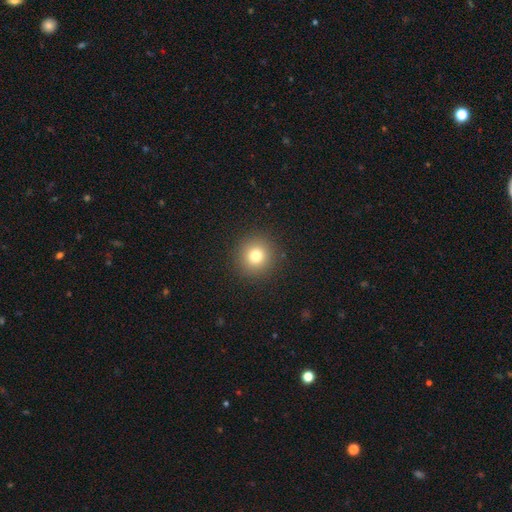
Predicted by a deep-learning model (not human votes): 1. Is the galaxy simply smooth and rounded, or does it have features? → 79% smooth, 13% star or artifact, 8% featured or disk.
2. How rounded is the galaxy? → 94% round, 5% in between, 1% cigar-shaped.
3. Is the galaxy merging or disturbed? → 91% none, 6% minor disturbance, 2% major disturbance, 1% merger.